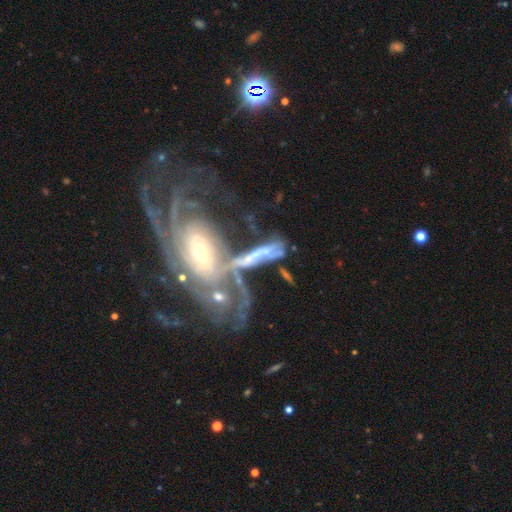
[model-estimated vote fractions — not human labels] featured or disk 73%, smooth 17%, star or artifact 10%. Down the decision tree: edge-on disk — no (84%); bar — no (59%); spiral arms — yes (77%); bulge size — small (45%); merging — merger (50%).